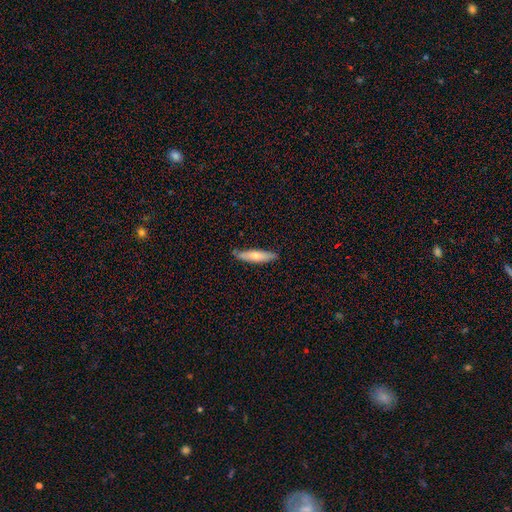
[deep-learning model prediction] smooth 70%, featured or disk 25%, star or artifact 5%. Down the decision tree: how rounded — cigar-shaped (79%); merging — none (80%).